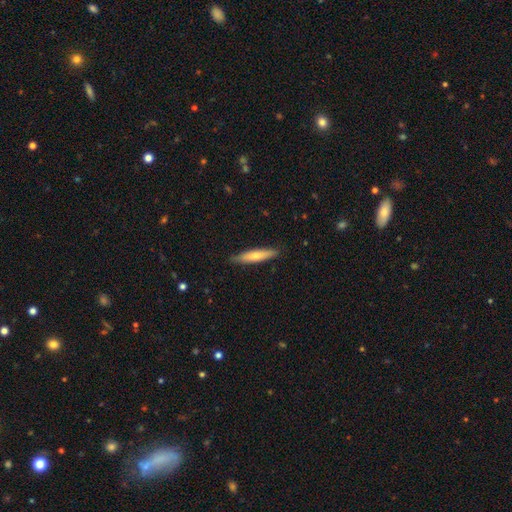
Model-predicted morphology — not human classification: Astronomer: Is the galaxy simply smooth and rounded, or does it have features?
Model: smooth — 63%.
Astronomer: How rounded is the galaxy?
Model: cigar-shaped — 86%.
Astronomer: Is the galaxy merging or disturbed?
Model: none — 86%.